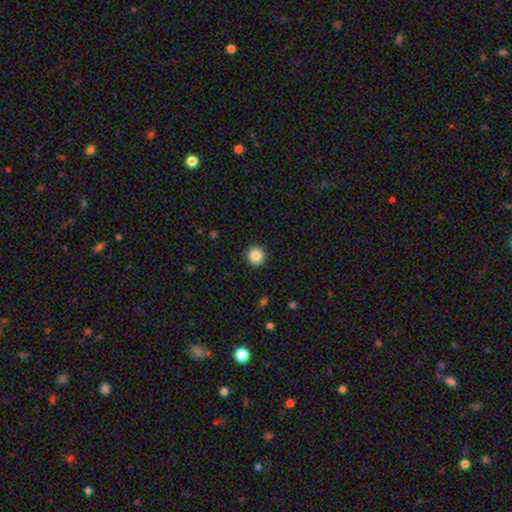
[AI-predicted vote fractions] smooth 87%, star or artifact 9%, featured or disk 3%. Down the decision tree: how rounded — round (96%); merging — none (93%).